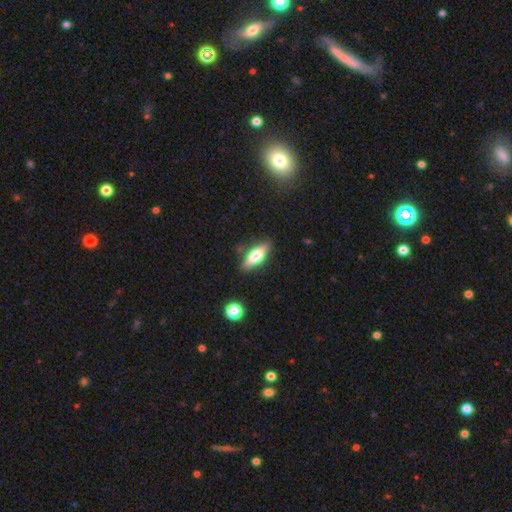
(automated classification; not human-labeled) Smooth or featured? smooth (67%)
How rounded? in between (64%)
Merging? none (84%)